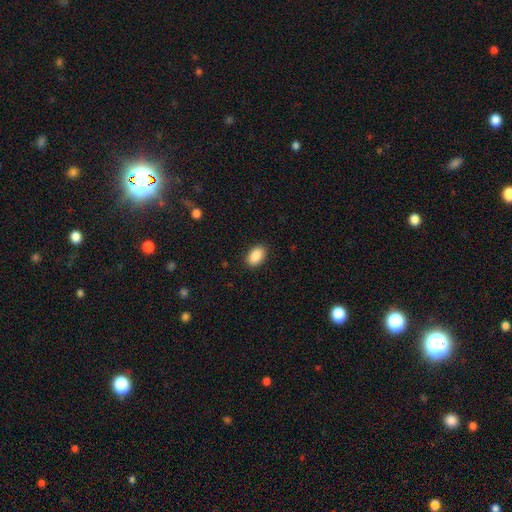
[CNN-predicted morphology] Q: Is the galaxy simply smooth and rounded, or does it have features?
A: smooth — 90%.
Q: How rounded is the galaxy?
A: in between — 91%.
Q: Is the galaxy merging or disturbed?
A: none — 89%.